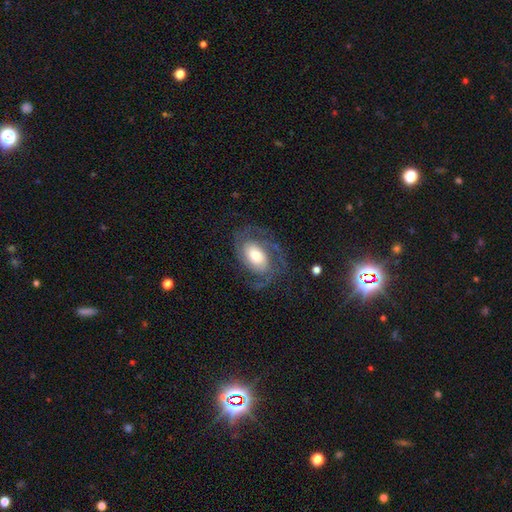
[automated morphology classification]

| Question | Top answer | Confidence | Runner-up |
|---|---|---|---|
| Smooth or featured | featured or disk | 78% | smooth (16%) |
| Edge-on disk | no | 97% | yes (3%) |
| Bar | no | 64% | weak (27%) |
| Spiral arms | yes | 93% | no (7%) |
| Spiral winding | tight | 44% | medium (42%) |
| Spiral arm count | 2 | 64% | can't tell (15%) |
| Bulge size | large | 46% | moderate (34%) |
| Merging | none | 66% | minor disturbance (17%) |